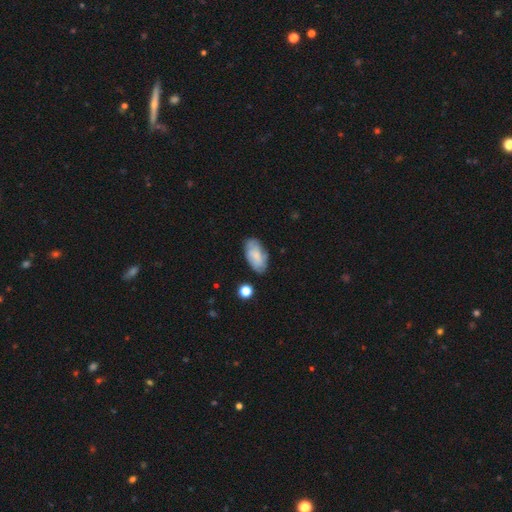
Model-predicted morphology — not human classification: The model was most divided on "smooth or featured": smooth: 63%, featured or disk: 29%, star or artifact: 8%. More confident: how rounded — in between (93%); merging — none (73%).